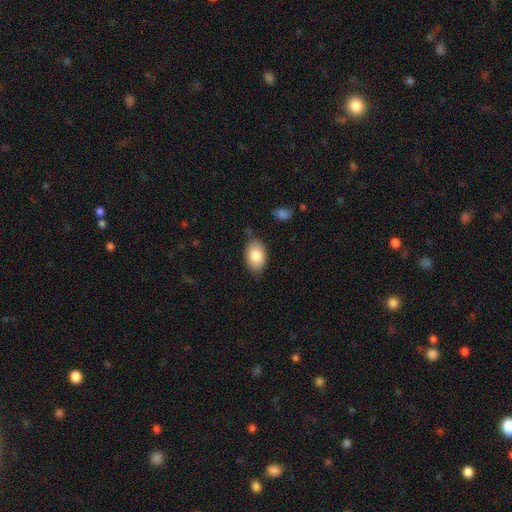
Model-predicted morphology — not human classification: The model was most divided on "merging": none: 81%, minor disturbance: 14%, major disturbance: 3%, merger: 2%. More confident: how rounded — in between (91%); smooth or featured — smooth (82%).